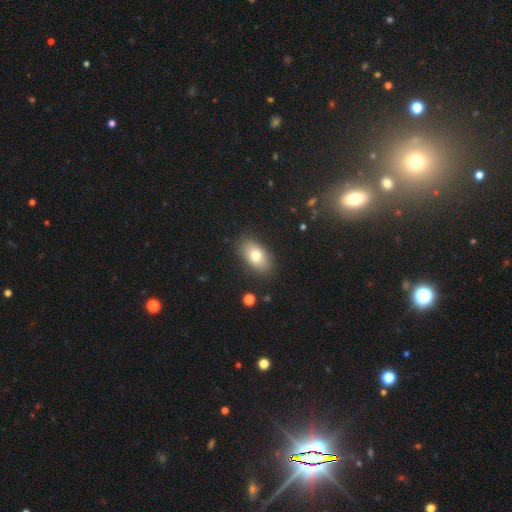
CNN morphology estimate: Overall: smooth (76%). How rounded: in between (90%). Merging: none (86%).